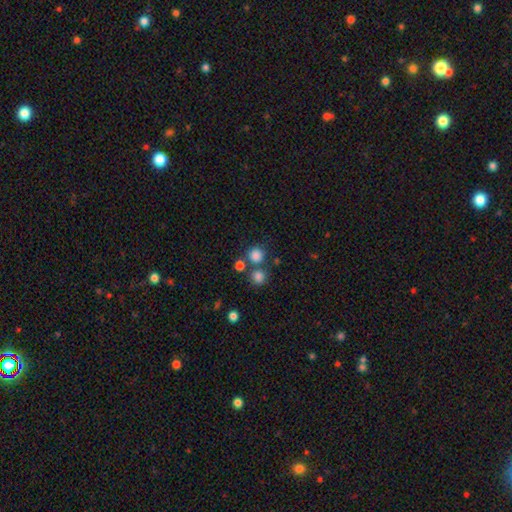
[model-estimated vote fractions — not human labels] Smooth or featured: smooth — 82% (star or artifact — 13%)
How rounded: round — 91% (in between — 8%)
Merging: none — 70% (merger — 19%)